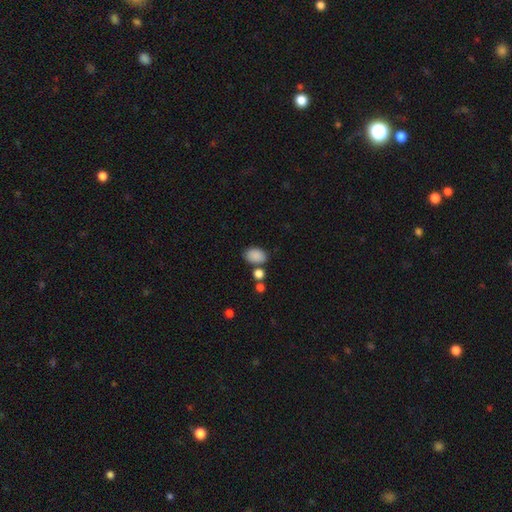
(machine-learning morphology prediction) A smooth galaxy with no disk features (87%) that is in between round and cigar-shaped (85%).

Vote fractions:
- Smooth or featured? smooth: 87% / star or artifact: 8% / featured or disk: 5%
- How rounded? in between: 85% / round: 14% / cigar-shaped: 1%
- Merging? none: 70% / minor disturbance: 14% / merger: 12% / major disturbance: 4%